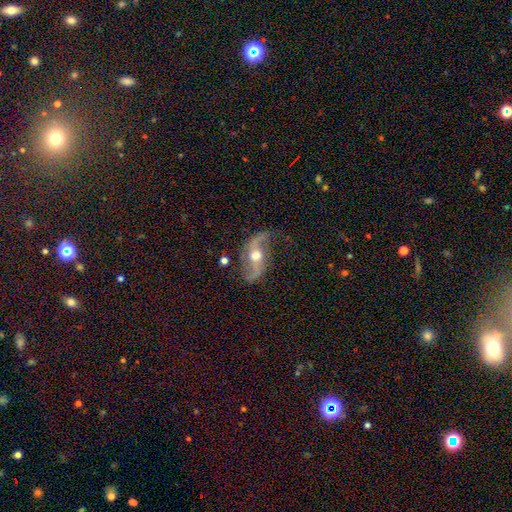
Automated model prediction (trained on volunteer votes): Smooth or featured: featured or disk — 87% (smooth — 8%)
Edge-on disk: no — 94% (yes — 6%)
Bar: no — 49% (weak — 33%)
Spiral arms: yes — 93% (no — 7%)
Spiral winding: loose — 66% (medium — 27%)
Spiral arm count: 2 — 93% (can't tell — 2%)
Bulge size: moderate — 73% (large — 16%)
Merging: none — 69% (minor disturbance — 19%)